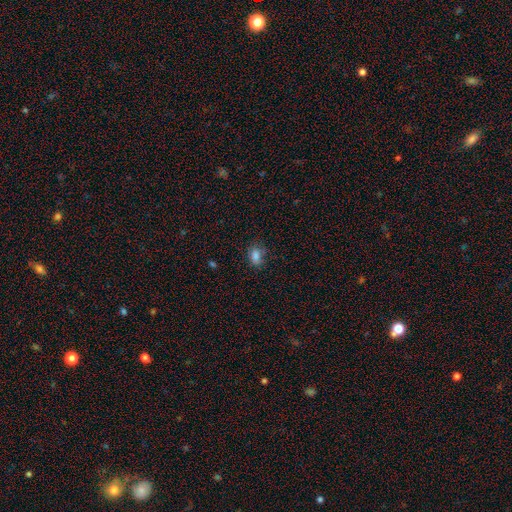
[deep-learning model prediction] smooth 81%, star or artifact 12%, featured or disk 7%. Down the decision tree: how rounded — in between (80%); merging — none (71%).